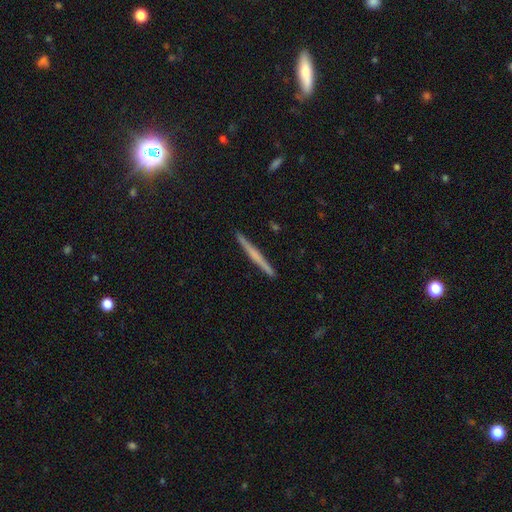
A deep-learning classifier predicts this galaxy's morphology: smooth_or_featured: featured or disk (p=0.52) [alt: smooth p=0.41]
disk_edge_on: yes (p=0.98) [alt: no p=0.02]
edge_on_bulge: none (p=0.69) [alt: rounded p=0.24]
merging: none (p=0.92) [alt: minor disturbance p=0.05]